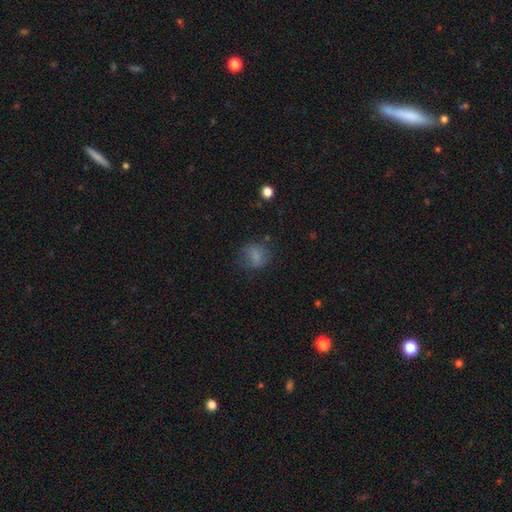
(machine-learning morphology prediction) Smooth or featured? smooth (74%)
How rounded? round (65%)
Merging? none (63%)